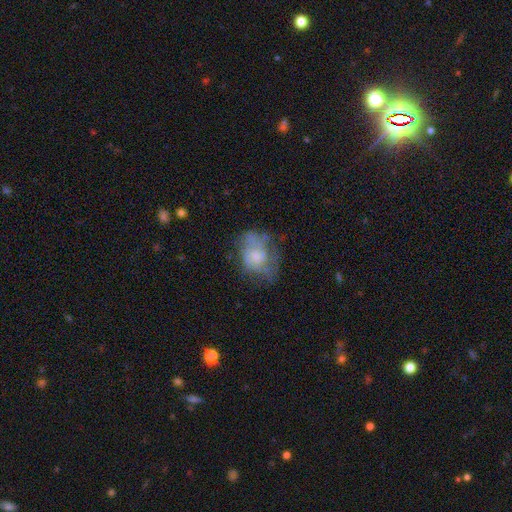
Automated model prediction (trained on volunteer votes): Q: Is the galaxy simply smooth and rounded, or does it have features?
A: featured or disk — 50%.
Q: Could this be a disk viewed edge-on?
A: no — 97%.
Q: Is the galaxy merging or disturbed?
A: none — 39%.